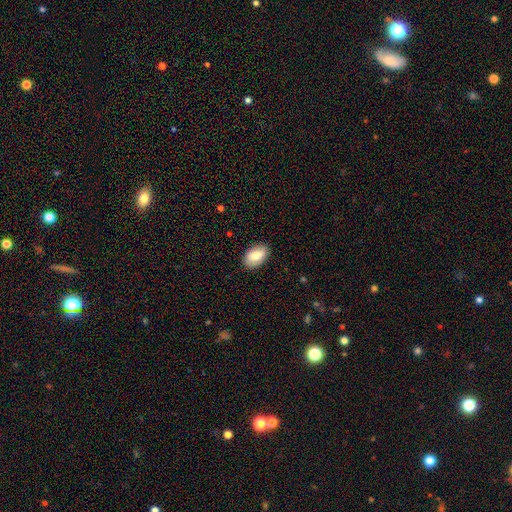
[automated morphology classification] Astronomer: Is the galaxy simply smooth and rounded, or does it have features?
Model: smooth — 81%.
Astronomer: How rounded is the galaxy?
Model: in between — 92%.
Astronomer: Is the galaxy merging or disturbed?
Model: none — 87%.